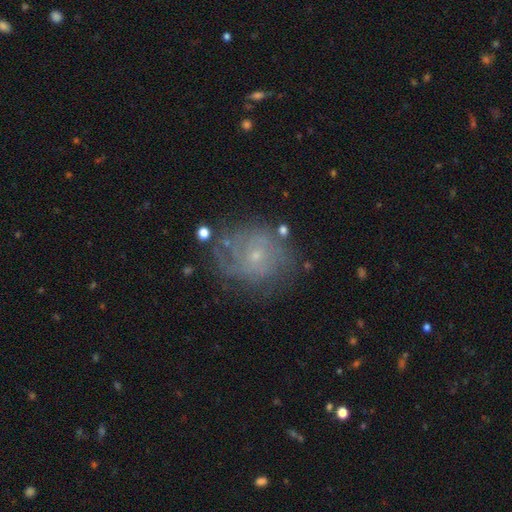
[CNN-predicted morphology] This appears to be a featured or disk galaxy (70%) with no bar (75%), tight (58%) spiral arms (84%) and a small central bulge (80%). Merging: none (66%).